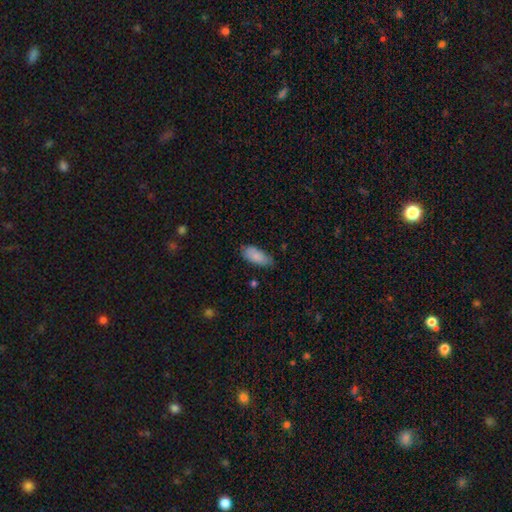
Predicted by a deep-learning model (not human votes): This is clearly a smooth galaxy (87%). How rounded: clearly in between (87%). Merging: likely none (69%).